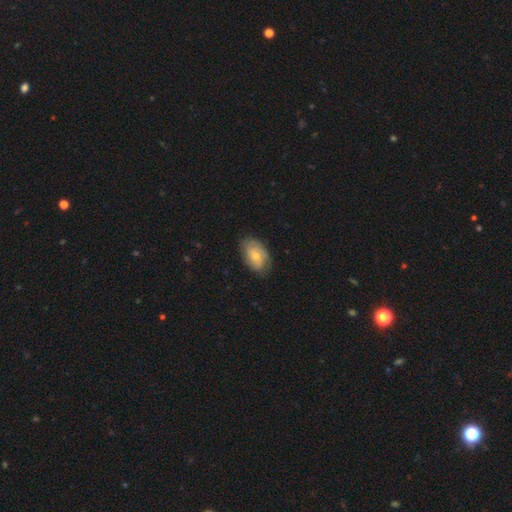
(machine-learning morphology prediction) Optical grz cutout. It shows a smooth galaxy with no disk features (48%). Merging: none (71%).